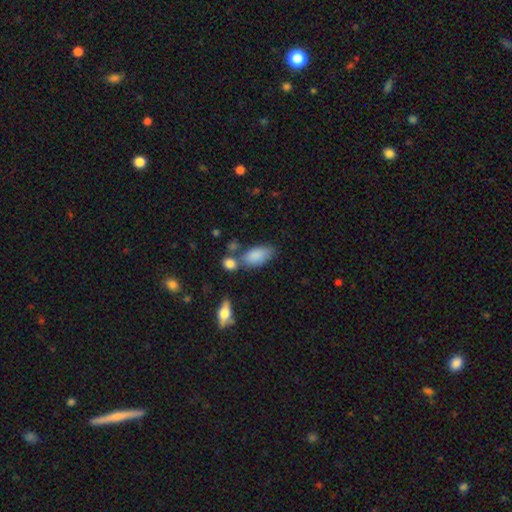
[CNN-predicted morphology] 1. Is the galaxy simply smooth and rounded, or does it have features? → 85% smooth, 8% featured or disk, 7% star or artifact.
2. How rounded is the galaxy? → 91% in between, 6% cigar-shaped, 4% round.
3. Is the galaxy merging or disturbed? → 54% none, 19% minor disturbance, 19% merger, 7% major disturbance.